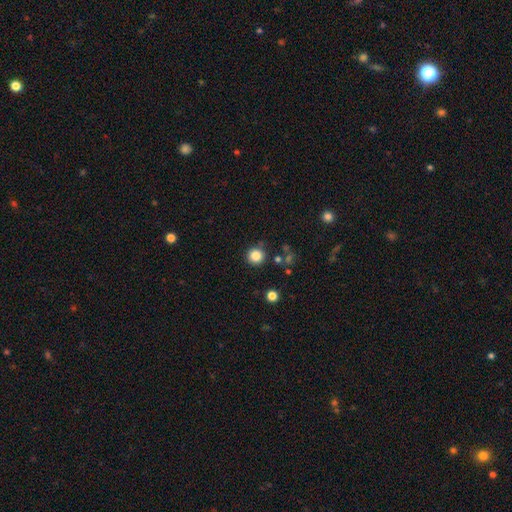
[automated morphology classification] smooth-or-featured: smooth: 84% | star or artifact: 12% | featured or disk: 5%
  how-rounded: round: 93% | in between: 6% | cigar-shaped: 1%
  merging: none: 85% | minor disturbance: 8% | merger: 4% | major disturbance: 3%